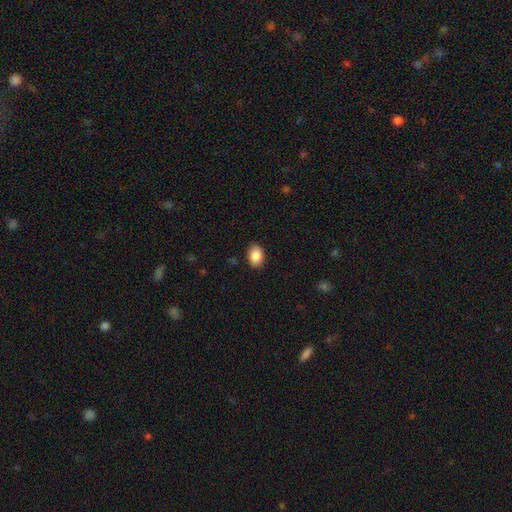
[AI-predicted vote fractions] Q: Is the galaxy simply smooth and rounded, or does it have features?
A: smooth — 87%.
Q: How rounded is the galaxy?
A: in between — 78%.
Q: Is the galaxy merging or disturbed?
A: none — 87%.